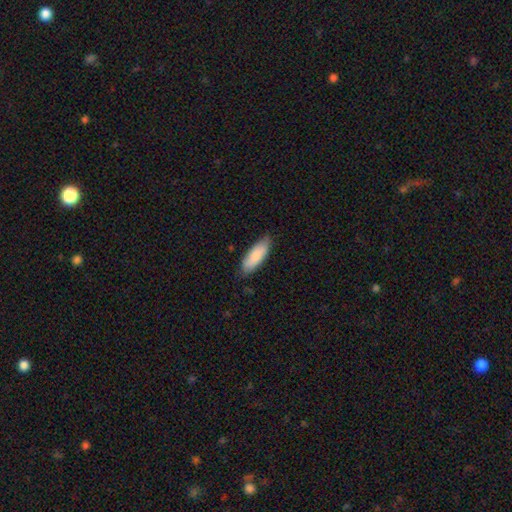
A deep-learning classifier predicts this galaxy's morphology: Q: Smooth or featured?
A: smooth (85%); runner-up: featured or disk (9%)
Q: How rounded?
A: in between (68%); runner-up: cigar-shaped (30%)
Q: Merging?
A: none (79%); runner-up: minor disturbance (17%)